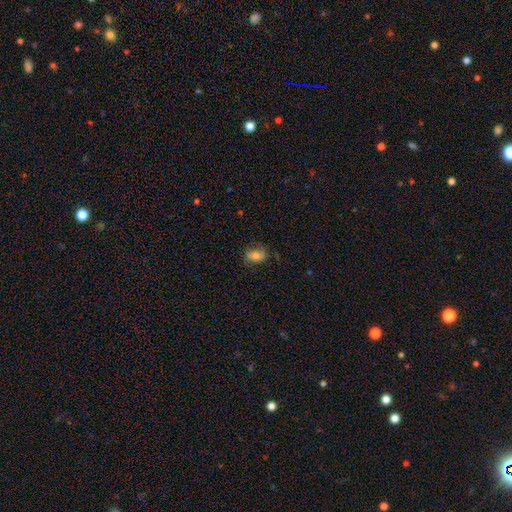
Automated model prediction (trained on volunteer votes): The model was most divided on "merging": none: 63%, minor disturbance: 25%, major disturbance: 10%, merger: 1%. More confident: how rounded — in between (74%); smooth or featured — smooth (67%).